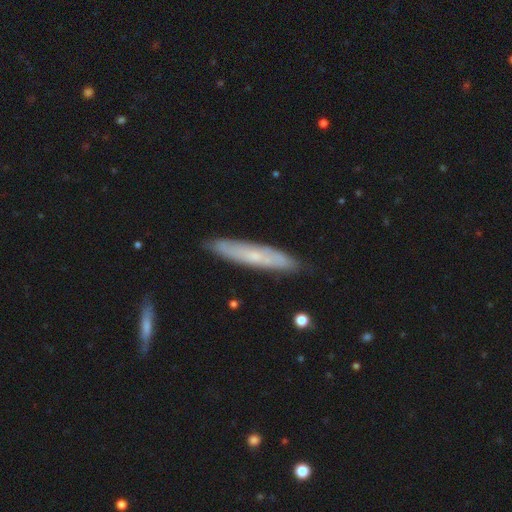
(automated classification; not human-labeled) This is possibly a featured or disk galaxy (51%). It is likely viewed edge-on (67%). Merging: clearly none (86%).